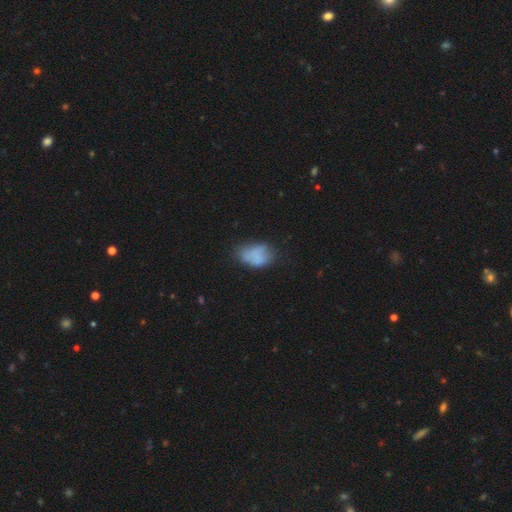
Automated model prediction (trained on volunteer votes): Smooth or featured? Predicted: smooth (p=0.67). How rounded? Predicted: in between (p=0.87). Merging? Predicted: none (p=0.43).